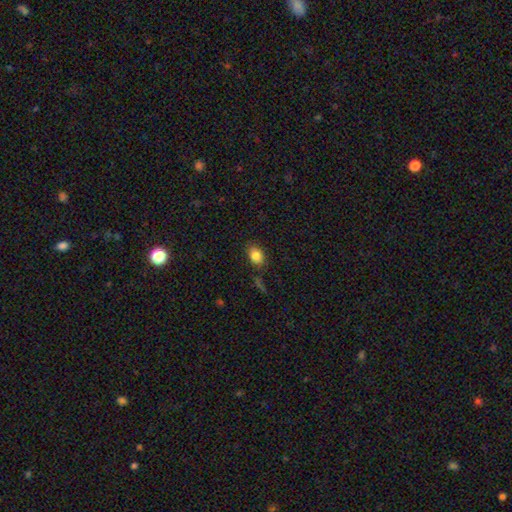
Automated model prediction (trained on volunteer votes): Overall: smooth (84%). How rounded: in between (77%). Merging: none (81%).